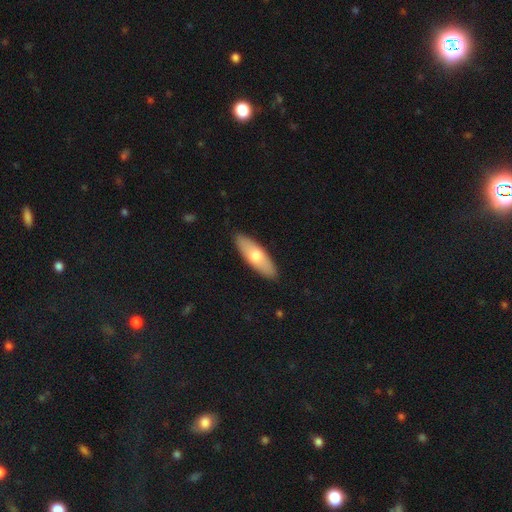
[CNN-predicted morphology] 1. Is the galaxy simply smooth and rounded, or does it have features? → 67% smooth, 28% featured or disk, 5% star or artifact.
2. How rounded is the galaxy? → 57% in between, 41% cigar-shaped, 2% round.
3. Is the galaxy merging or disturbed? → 89% none, 8% minor disturbance, 2% major disturbance, 1% merger.